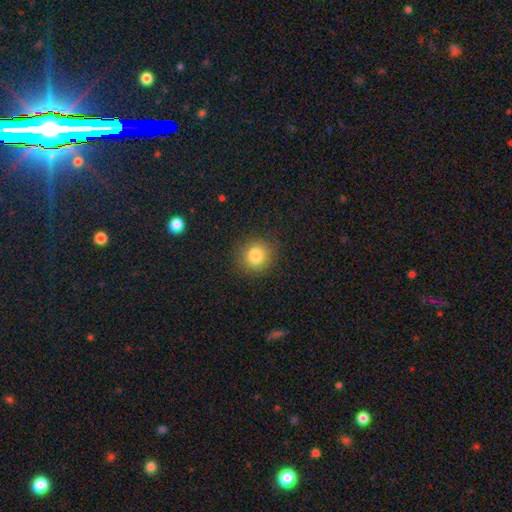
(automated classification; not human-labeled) smooth-or-featured: smooth: 82% | star or artifact: 11% | featured or disk: 6%
  how-rounded: round: 90% | in between: 9% | cigar-shaped: 1%
  merging: none: 89% | minor disturbance: 7% | major disturbance: 3% | merger: 1%